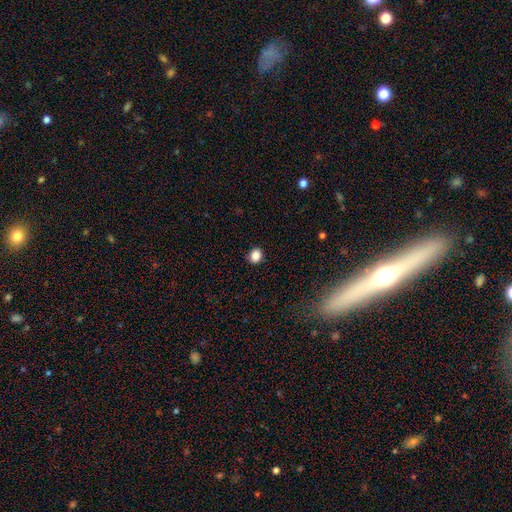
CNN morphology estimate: smooth_or_featured: smooth (p=0.86) [alt: star or artifact p=0.10]
how_rounded: round (p=0.61) [alt: in between p=0.38]
merging: none (p=0.89) [alt: minor disturbance p=0.08]